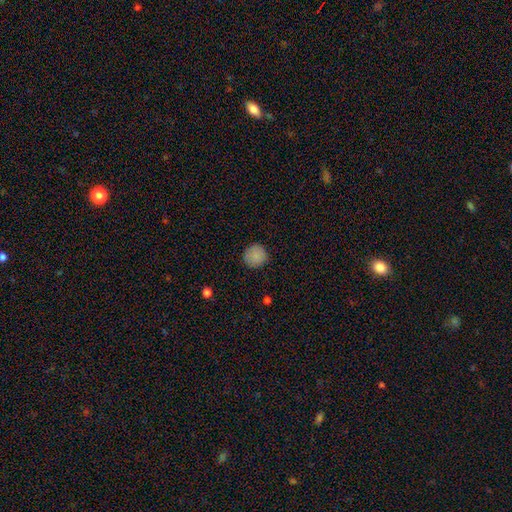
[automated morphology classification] This appears to be a smooth galaxy with no disk features (87%) that is round (94%). Merging: none (90%).